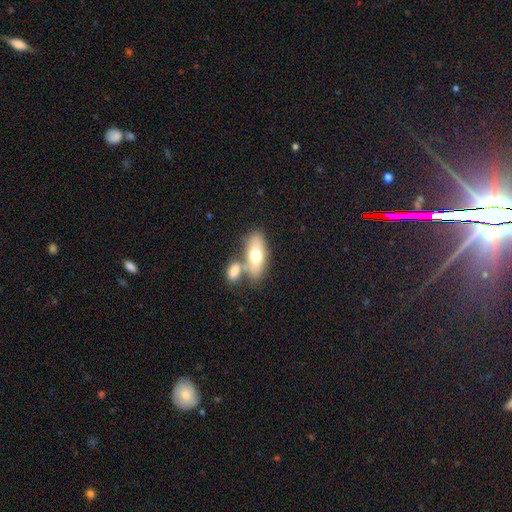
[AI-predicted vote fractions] A smooth galaxy with no disk features (64%) that is in between round and cigar-shaped (82%).

Vote fractions:
- Smooth or featured? smooth: 64% / featured or disk: 29% / star or artifact: 6%
- How rounded? in between: 82% / cigar-shaped: 12% / round: 5%
- Merging? none: 47% / merger: 36% / minor disturbance: 12% / major disturbance: 5%